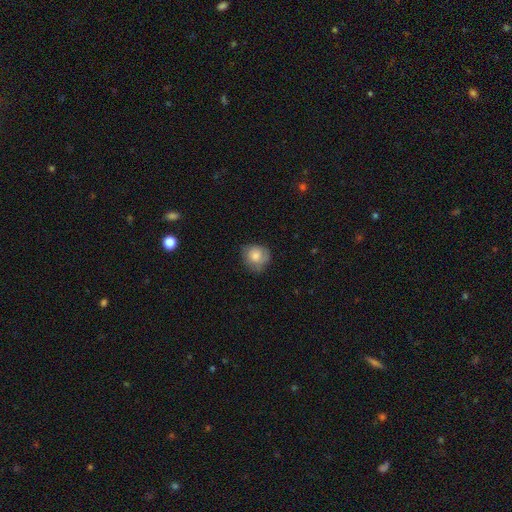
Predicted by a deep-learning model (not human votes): A smooth galaxy with no disk features (78%) that is round (80%).

Vote fractions:
- Smooth or featured? smooth: 78% / featured or disk: 14% / star or artifact: 8%
- How rounded? round: 80% / in between: 19% / cigar-shaped: 1%
- Merging? none: 65% / minor disturbance: 27% / major disturbance: 7% / merger: 1%